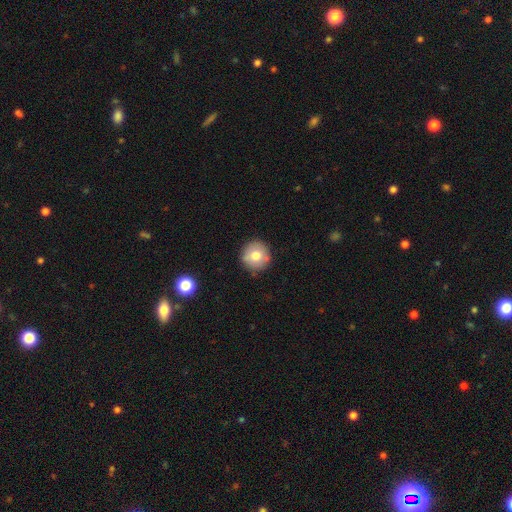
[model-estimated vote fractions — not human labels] A smooth galaxy with no disk features (76%) that is round (94%).

Vote fractions:
- Smooth or featured? smooth: 76% / featured or disk: 15% / star or artifact: 9%
- How rounded? round: 94% / in between: 5% / cigar-shaped: 1%
- Merging? none: 88% / minor disturbance: 9% / major disturbance: 2% / merger: 1%